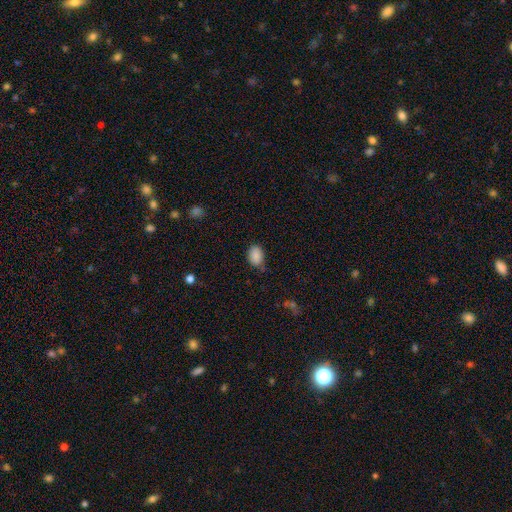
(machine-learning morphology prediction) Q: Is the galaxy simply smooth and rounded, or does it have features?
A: smooth — 88%.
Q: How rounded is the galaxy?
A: in between — 81%.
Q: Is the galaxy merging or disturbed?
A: none — 71%.